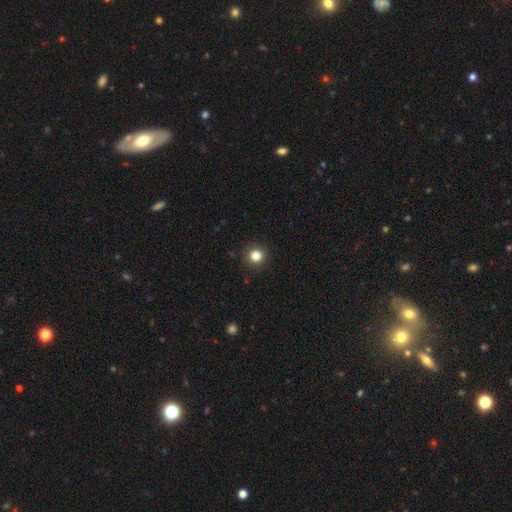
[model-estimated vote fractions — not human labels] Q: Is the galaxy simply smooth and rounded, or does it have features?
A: smooth — 82%.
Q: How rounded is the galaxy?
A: round — 89%.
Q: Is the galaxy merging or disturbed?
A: none — 91%.